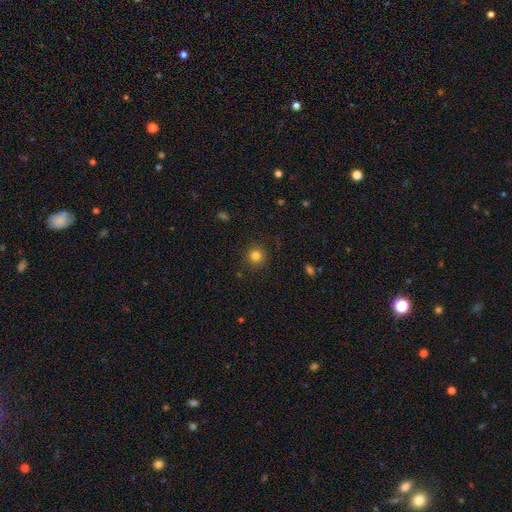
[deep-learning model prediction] smooth 82%, star or artifact 13%, featured or disk 5%. Down the decision tree: how rounded — round (94%); merging — none (89%).